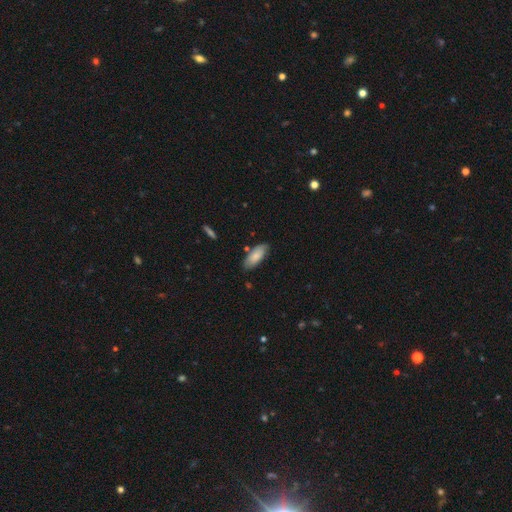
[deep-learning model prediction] smooth-or-featured: smooth: 80% | featured or disk: 14% | star or artifact: 6%
  how-rounded: in between: 80% | cigar-shaped: 18% | round: 2%
  merging: none: 80% | minor disturbance: 15% | merger: 3% | major disturbance: 3%